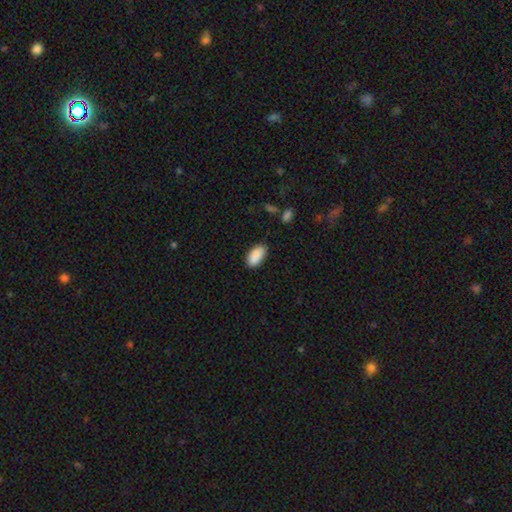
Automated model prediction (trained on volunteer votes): The model was most divided on "merging": none: 79%, minor disturbance: 16%, major disturbance: 3%, merger: 2%. More confident: how rounded — in between (94%); smooth or featured — smooth (90%).